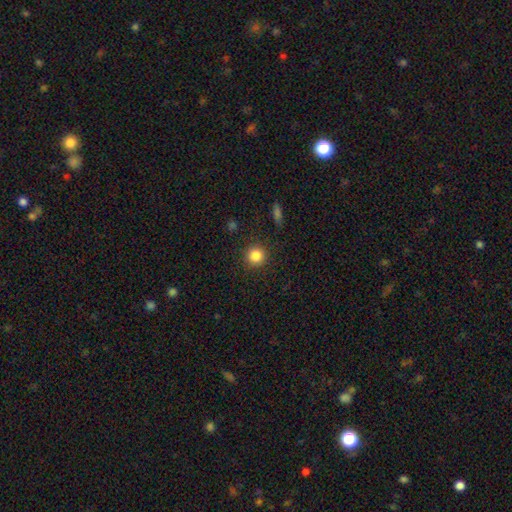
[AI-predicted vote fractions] Smooth or featured? smooth (85%)
How rounded? round (94%)
Merging? none (90%)